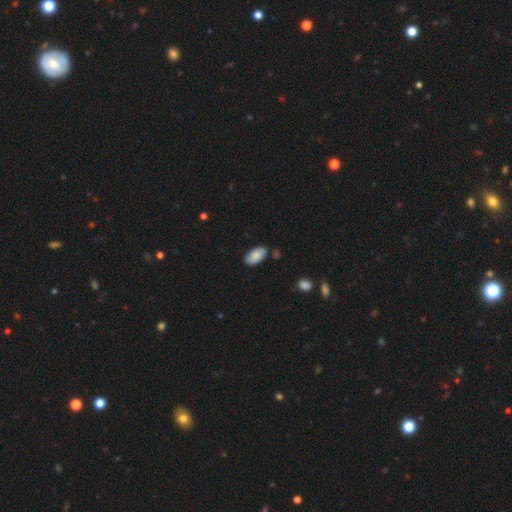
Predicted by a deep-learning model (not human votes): smooth 85%, featured or disk 8%, star or artifact 7%. Down the decision tree: how rounded — in between (95%); merging — none (81%).